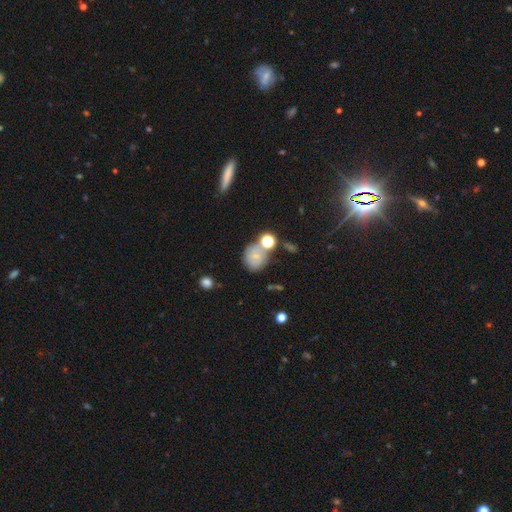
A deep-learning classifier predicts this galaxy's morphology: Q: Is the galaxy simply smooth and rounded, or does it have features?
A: smooth — 59%.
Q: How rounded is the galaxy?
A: round — 72%.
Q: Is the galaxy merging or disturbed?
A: none — 51%.